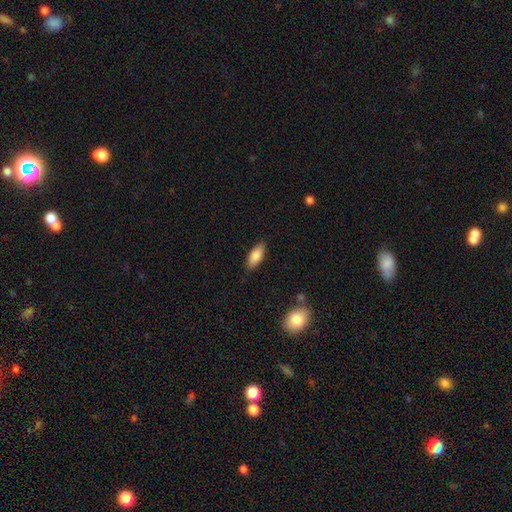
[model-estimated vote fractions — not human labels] Smooth or featured? smooth (83%)
How rounded? in between (81%)
Merging? none (85%)